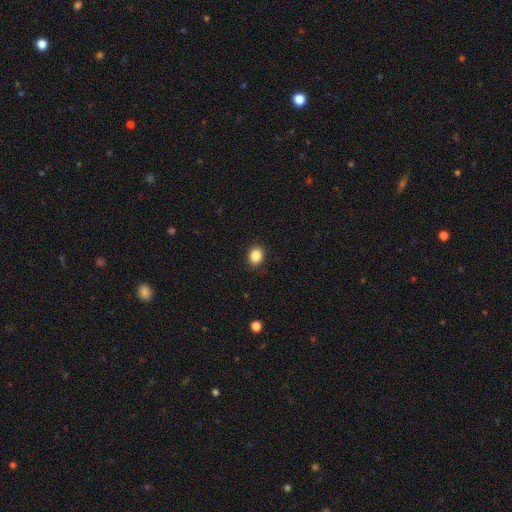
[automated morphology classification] This is clearly a smooth galaxy (87%). How rounded: likely round (63%). Merging: clearly none (88%).